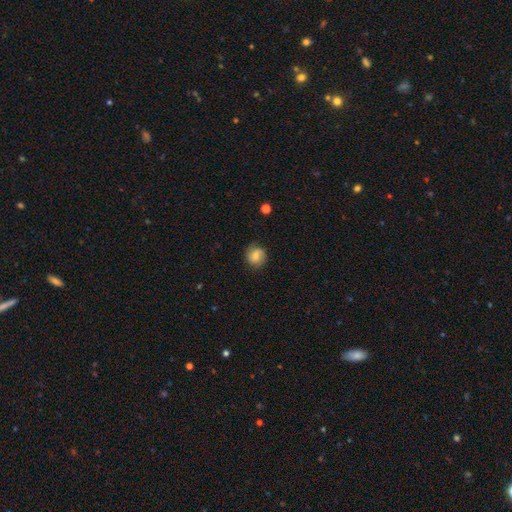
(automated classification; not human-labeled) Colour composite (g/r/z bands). It shows a smooth galaxy with no disk features (61%) that is round (82%). Merging: none (77%).